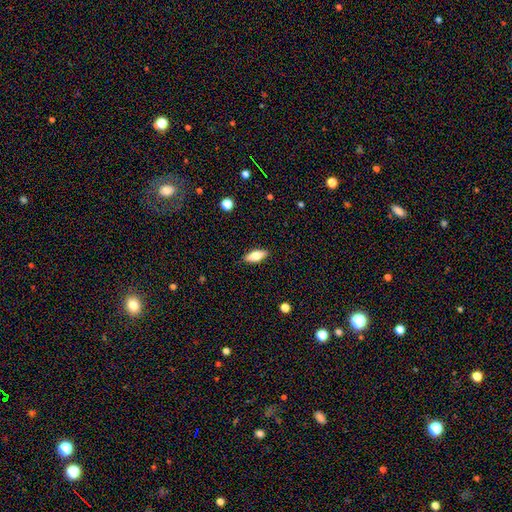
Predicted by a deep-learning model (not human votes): A smooth galaxy with no disk features (67%) that is in between round and cigar-shaped (75%).

Vote fractions:
- Smooth or featured? smooth: 67% / featured or disk: 26% / star or artifact: 7%
- How rounded? in between: 75% / cigar-shaped: 22% / round: 3%
- Merging? none: 88% / minor disturbance: 9% / major disturbance: 2% / merger: 1%